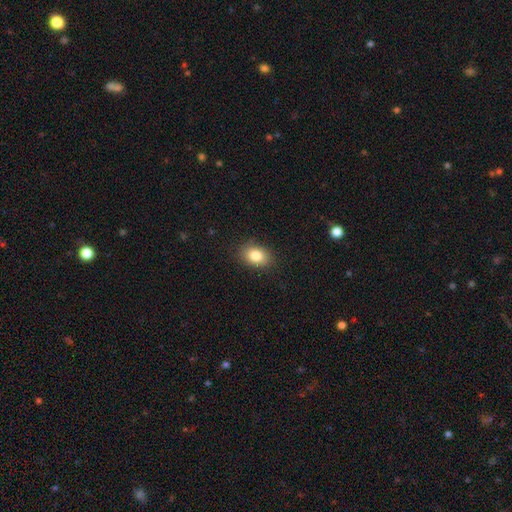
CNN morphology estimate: Smooth or featured?
  - smooth: 83% *
  - star or artifact: 9%
  - featured or disk: 8%
How rounded?
  - in between: 75% *
  - round: 23%
  - cigar-shaped: 1%
Merging?
  - none: 86% *
  - minor disturbance: 10%
  - major disturbance: 3%
  - merger: 1%